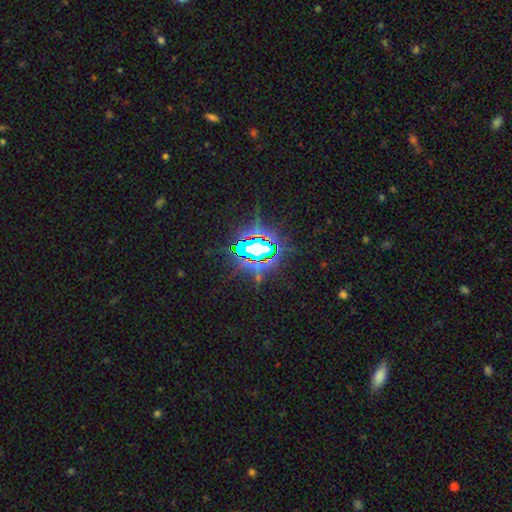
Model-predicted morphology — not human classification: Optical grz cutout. It shows a star or artifact, not a galaxy (79%).